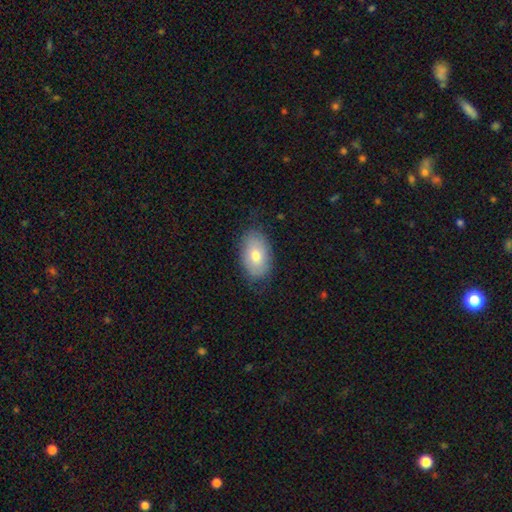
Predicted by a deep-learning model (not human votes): Smooth or featured?
  - smooth: 69% *
  - featured or disk: 23%
  - star or artifact: 7%
How rounded?
  - in between: 91% *
  - round: 7%
  - cigar-shaped: 1%
Merging?
  - none: 79% *
  - minor disturbance: 17%
  - major disturbance: 4%
  - merger: 1%